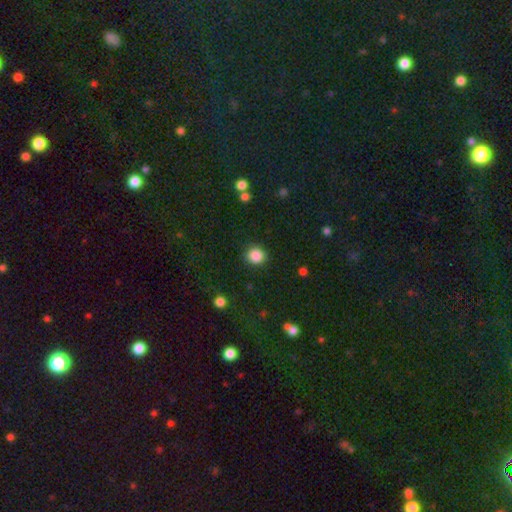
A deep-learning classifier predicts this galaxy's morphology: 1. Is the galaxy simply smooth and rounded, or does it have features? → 87% smooth, 10% star or artifact, 3% featured or disk.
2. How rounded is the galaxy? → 88% round, 11% in between, 1% cigar-shaped.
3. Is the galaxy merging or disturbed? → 89% none, 7% minor disturbance, 3% major disturbance, 1% merger.